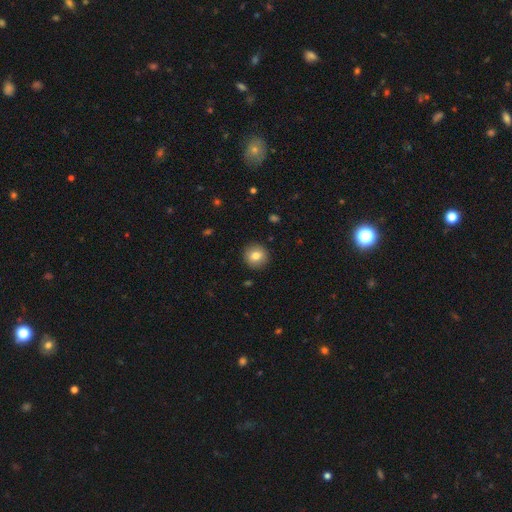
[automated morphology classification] smooth_or_featured: smooth (p=0.81) [alt: featured or disk p=0.10]
how_rounded: round (p=0.92) [alt: in between p=0.07]
merging: none (p=0.91) [alt: minor disturbance p=0.06]